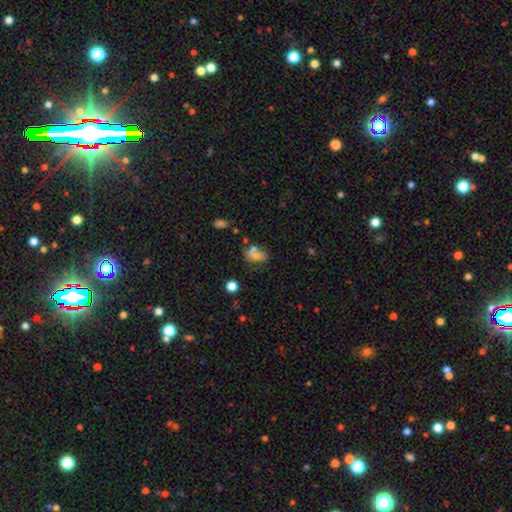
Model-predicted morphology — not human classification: smooth-or-featured: smooth: 64% | featured or disk: 20% | star or artifact: 15%
  how-rounded: in between: 74% | round: 23% | cigar-shaped: 3%
  merging: none: 39% | merger: 35% | minor disturbance: 17% | major disturbance: 10%